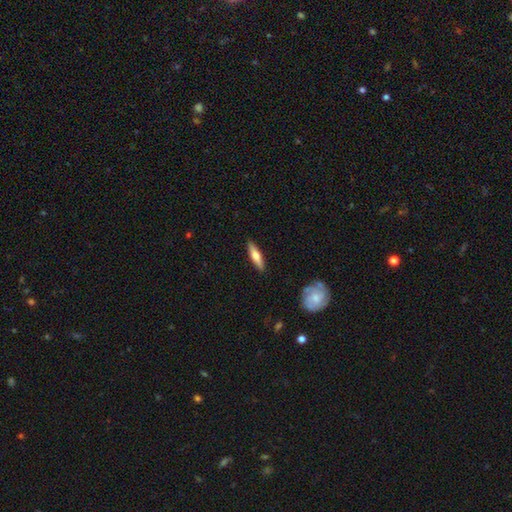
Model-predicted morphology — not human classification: Smooth or featured: smooth — 54% (featured or disk — 40%)
How rounded: cigar-shaped — 75% (in between — 23%)
Merging: none — 89% (minor disturbance — 8%)